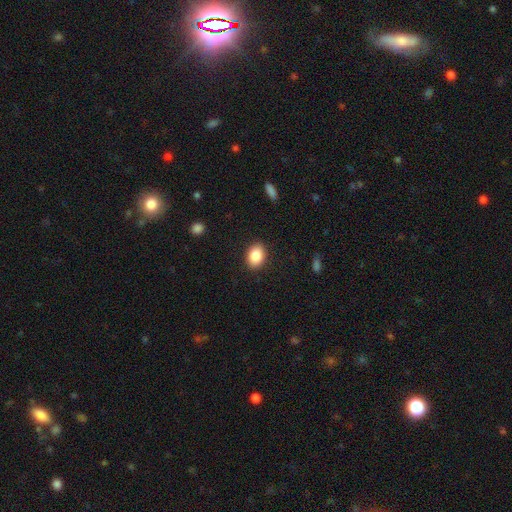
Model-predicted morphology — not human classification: This appears to be a smooth galaxy with no disk features (87%) that is in between round and cigar-shaped (73%). Merging: none (89%).